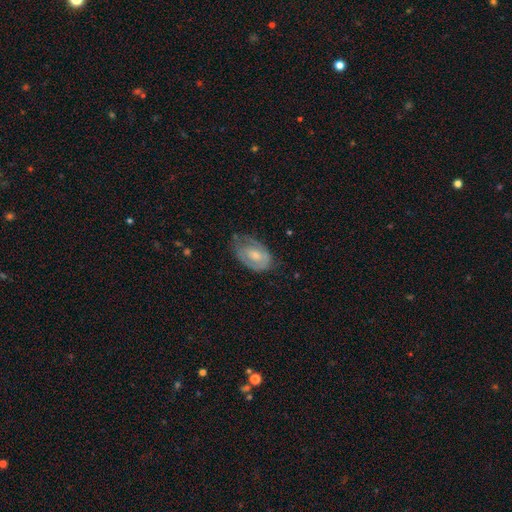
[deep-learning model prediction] Smooth or featured?
  - featured or disk: 54% *
  - smooth: 40%
  - star or artifact: 6%
Edge-on disk?
  - no: 95% *
  - yes: 5%
Bar?
  - no: 65% *
  - weak: 29%
  - strong: 6%
Spiral arms?
  - yes: 62% *
  - no: 38%
Bulge size?
  - moderate: 48% *
  - small: 41%
  - none: 5%
  - large: 5%
  - dominant: 1%
Merging?
  - none: 51% *
  - minor disturbance: 32%
  - major disturbance: 15%
  - merger: 2%